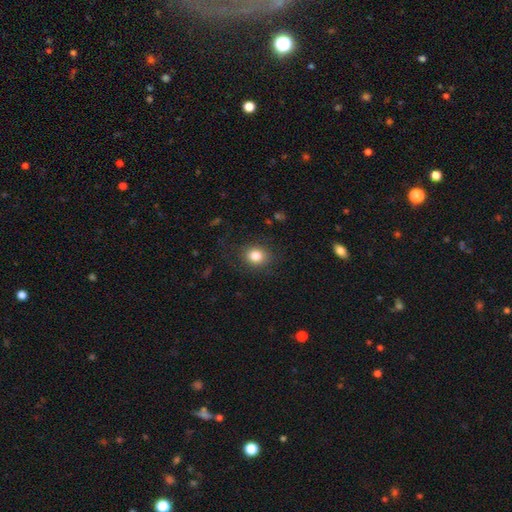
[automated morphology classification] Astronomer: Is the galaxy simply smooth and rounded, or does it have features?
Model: smooth — 83%.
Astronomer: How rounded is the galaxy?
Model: round — 67%.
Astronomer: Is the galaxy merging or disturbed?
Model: none — 85%.